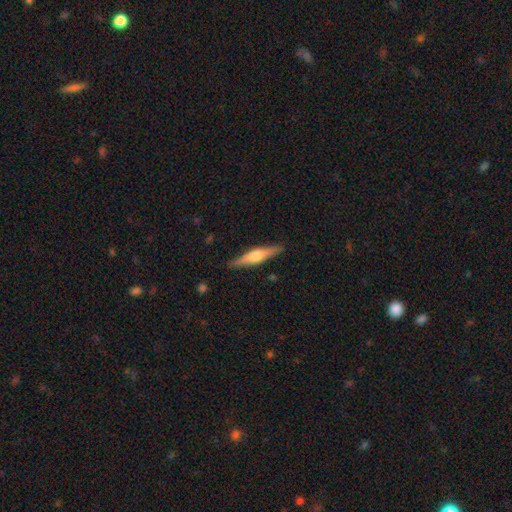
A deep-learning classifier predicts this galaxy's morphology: smooth_or_featured: featured or disk (p=0.62) [alt: smooth p=0.32]
disk_edge_on: yes (p=0.97) [alt: no p=0.03]
edge_on_bulge: rounded (p=0.84) [alt: boxy p=0.12]
merging: none (p=0.90) [alt: minor disturbance p=0.08]